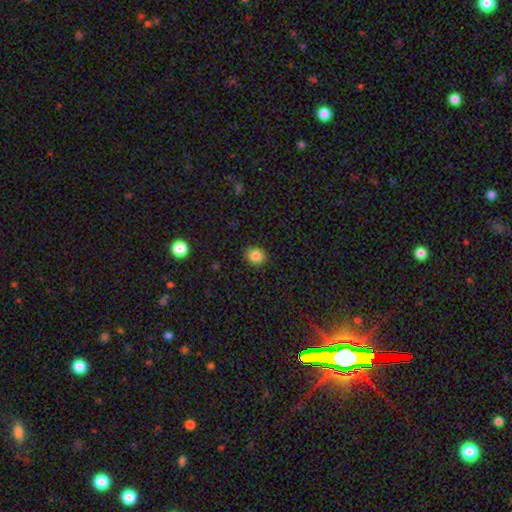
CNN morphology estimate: smooth 85%, star or artifact 11%, featured or disk 5%. Down the decision tree: how rounded — round (78%); merging — none (90%).